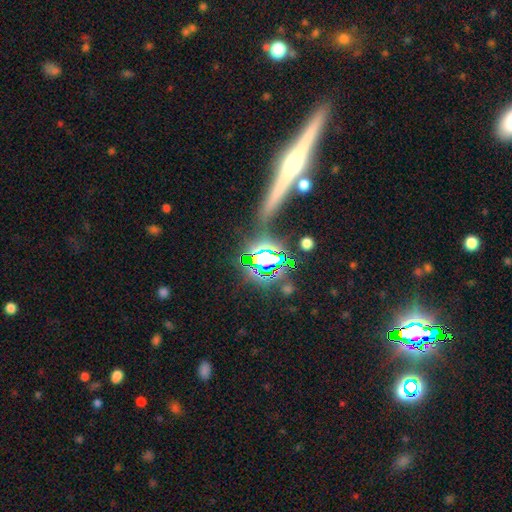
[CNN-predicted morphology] This is possibly a star or artifact rather than a galaxy (56%).